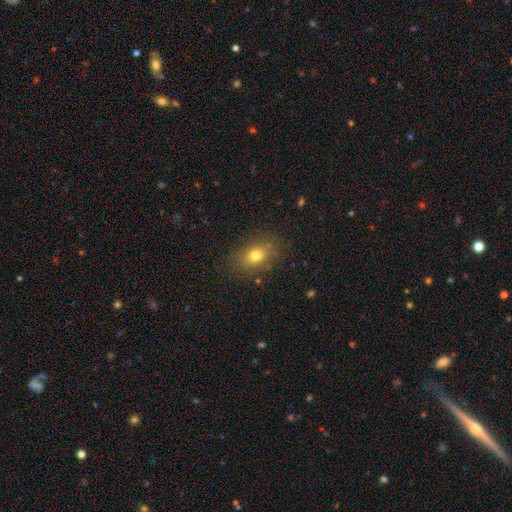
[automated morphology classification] A smooth galaxy with no disk features (76%) that is in between round and cigar-shaped (74%). Merging: none (83%).